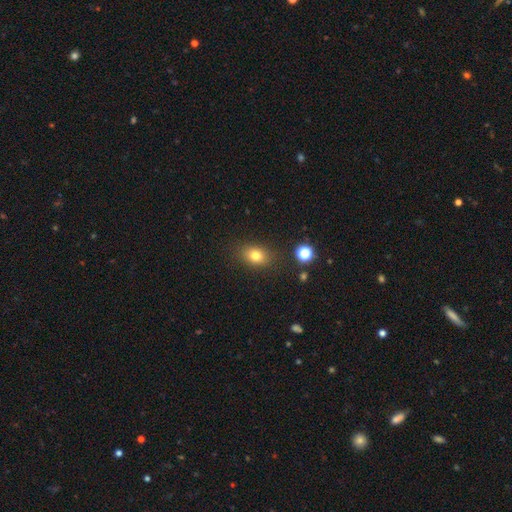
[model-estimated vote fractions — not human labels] Smooth or featured? Predicted: smooth (p=0.78). How rounded? Predicted: in between (p=0.65). Merging? Predicted: none (p=0.84).